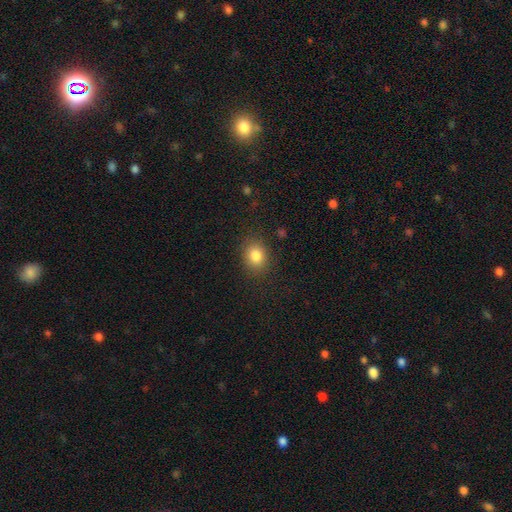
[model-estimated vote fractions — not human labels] The model was most divided on "how rounded": round: 52%, in between: 47%, cigar-shaped: 1%. More confident: merging — none (86%); smooth or featured — smooth (83%).